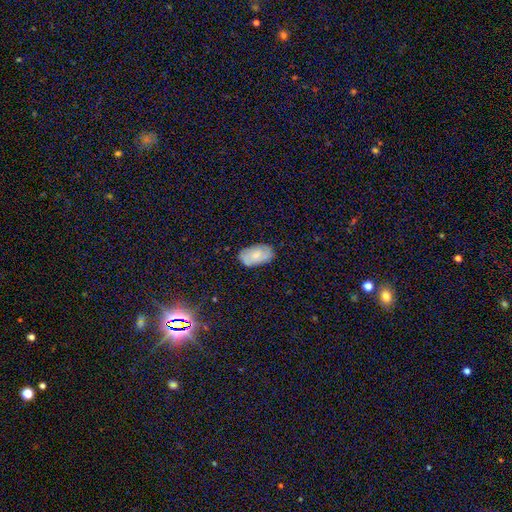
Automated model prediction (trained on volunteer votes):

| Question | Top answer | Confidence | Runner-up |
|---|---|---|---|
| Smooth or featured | smooth | 67% | featured or disk (26%) |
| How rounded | in between | 94% | round (4%) |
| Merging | none | 79% | minor disturbance (16%) |